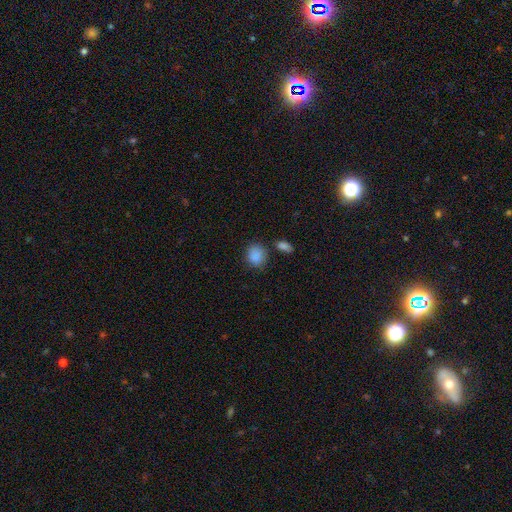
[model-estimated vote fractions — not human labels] Overall: smooth (88%). How rounded: round (61%; in between 37%). Merging: none (72%).